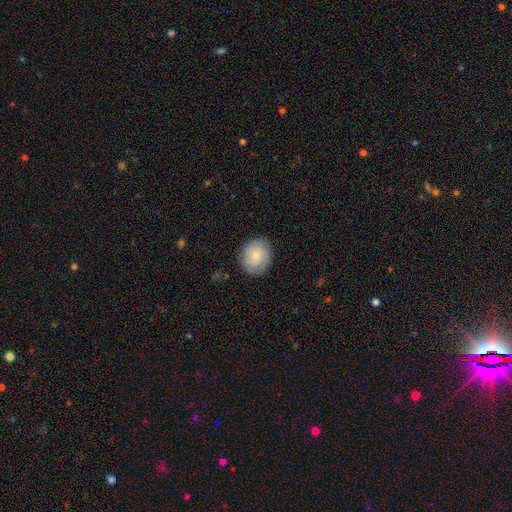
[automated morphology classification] smooth-or-featured: smooth: 71% | featured or disk: 22% | star or artifact: 7%
  how-rounded: round: 74% | in between: 25% | cigar-shaped: 1%
  merging: none: 83% | minor disturbance: 13% | major disturbance: 3% | merger: 1%